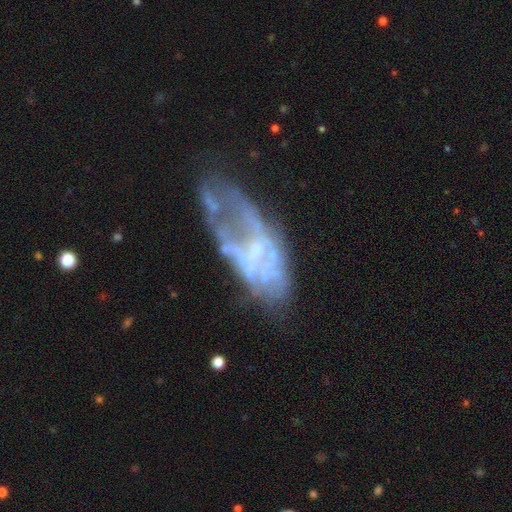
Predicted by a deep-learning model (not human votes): smooth_or_featured: featured or disk (p=0.70) [alt: smooth p=0.19]
disk_edge_on: no (p=0.91) [alt: yes p=0.09]
bar: no (p=0.74) [alt: weak p=0.19]
has_spiral_arms: no (p=0.75) [alt: yes p=0.25]
bulge_size: none (p=0.53) [alt: small p=0.26]
merging: none (p=0.36) [alt: major disturbance p=0.32]